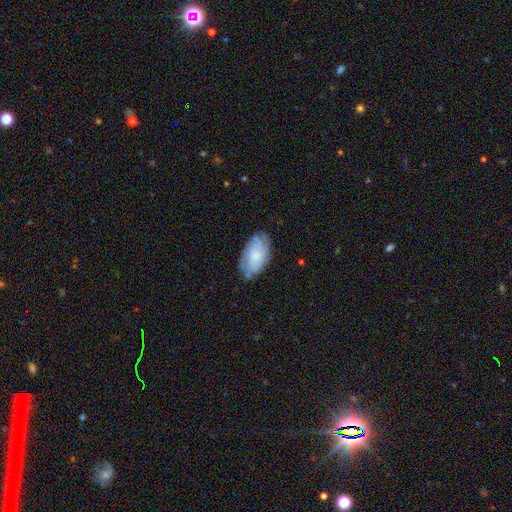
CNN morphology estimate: Q: Smooth or featured?
A: smooth (52%); runner-up: featured or disk (41%)
Q: How rounded?
A: in between (94%); runner-up: round (4%)
Q: Merging?
A: none (72%); runner-up: minor disturbance (21%)